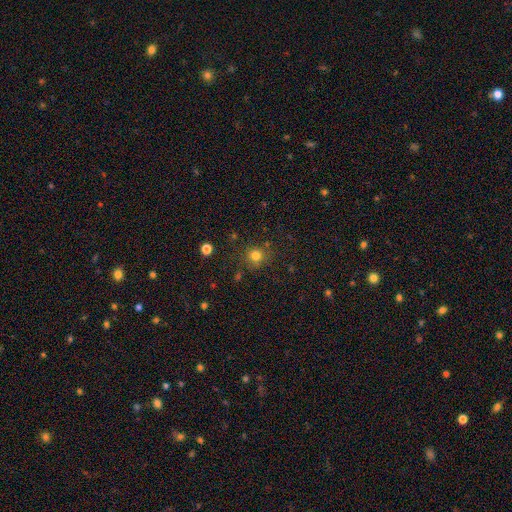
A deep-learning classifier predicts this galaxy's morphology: Smooth or featured?
  - smooth: 79% *
  - star or artifact: 15%
  - featured or disk: 6%
How rounded?
  - round: 90% *
  - in between: 9%
  - cigar-shaped: 1%
Merging?
  - none: 80% *
  - minor disturbance: 11%
  - major disturbance: 4%
  - merger: 4%